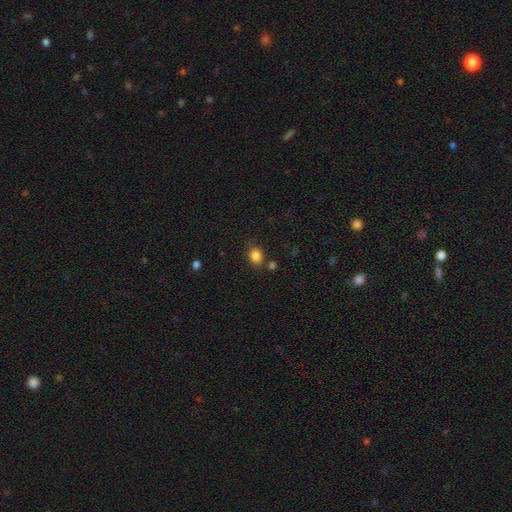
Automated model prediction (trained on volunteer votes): smooth 84%, star or artifact 11%, featured or disk 5%. Down the decision tree: how rounded — round (57%); merging — none (75%).